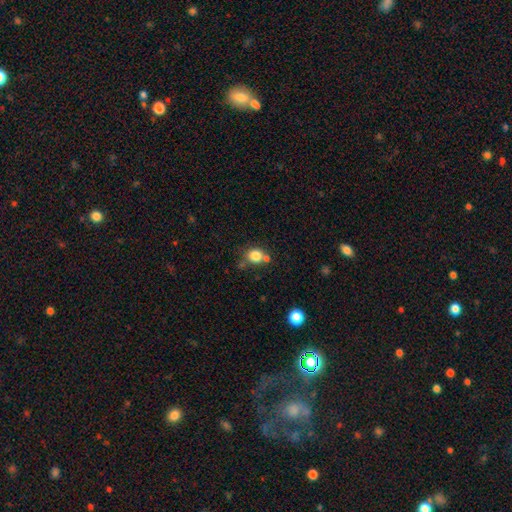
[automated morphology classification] Smooth or featured? smooth (81%)
How rounded? round (73%)
Merging? none (61%)